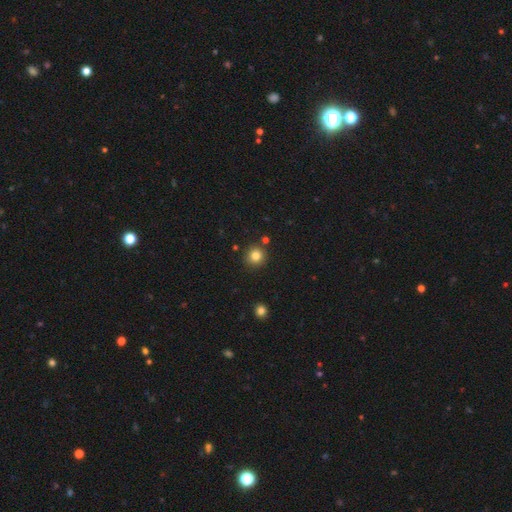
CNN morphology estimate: Smooth or featured? Predicted: smooth (p=0.82). How rounded? Predicted: round (p=0.92). Merging? Predicted: none (p=0.86).